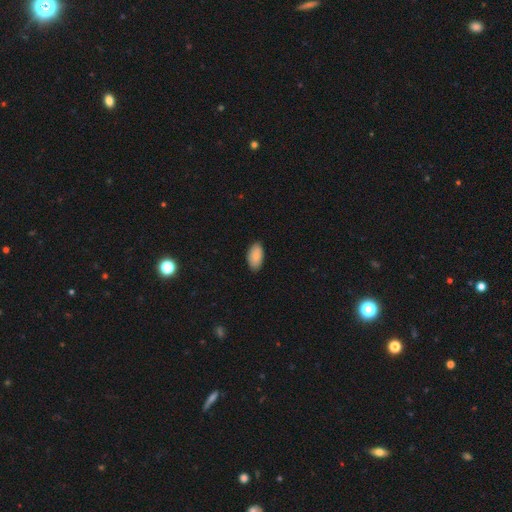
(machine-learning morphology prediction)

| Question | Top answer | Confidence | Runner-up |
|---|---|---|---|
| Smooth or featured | smooth | 89% | star or artifact (6%) |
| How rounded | in between | 95% | cigar-shaped (3%) |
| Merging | none | 85% | minor disturbance (12%) |